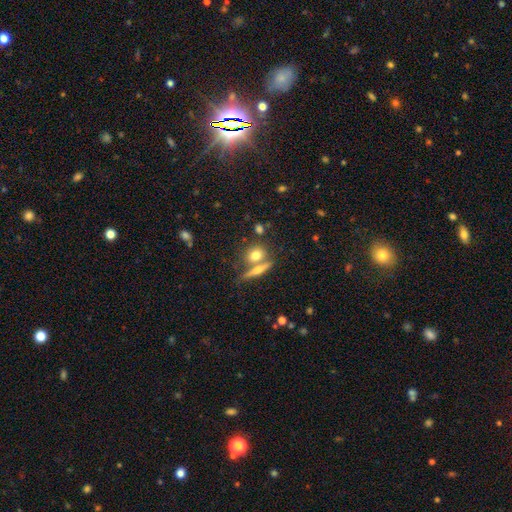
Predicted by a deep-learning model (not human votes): Smooth or featured: smooth — 69% (featured or disk — 22%)
How rounded: round — 49% (in between — 38%)
Merging: none — 54% (merger — 33%)